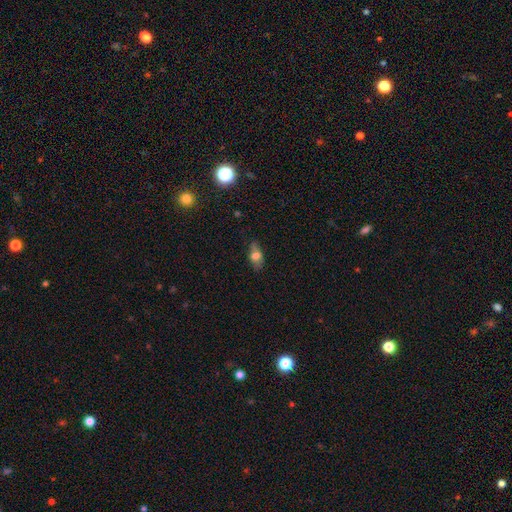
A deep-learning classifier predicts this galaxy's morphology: Q: Smooth or featured?
A: smooth (66%); runner-up: featured or disk (23%)
Q: How rounded?
A: in between (82%); runner-up: round (10%)
Q: Merging?
A: none (58%); runner-up: minor disturbance (28%)